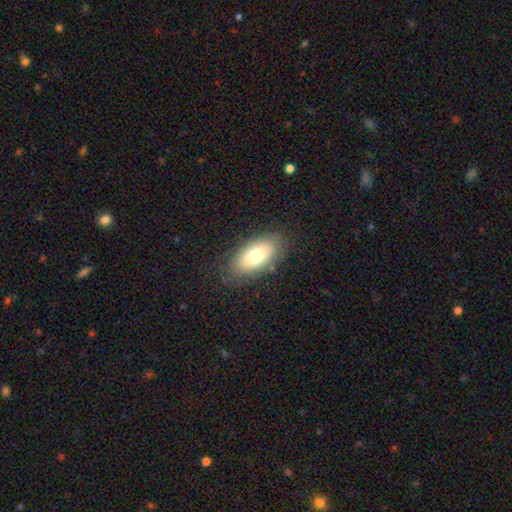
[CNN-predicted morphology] This is likely a smooth galaxy (73%). How rounded: clearly in between (91%). Merging: clearly none (82%).